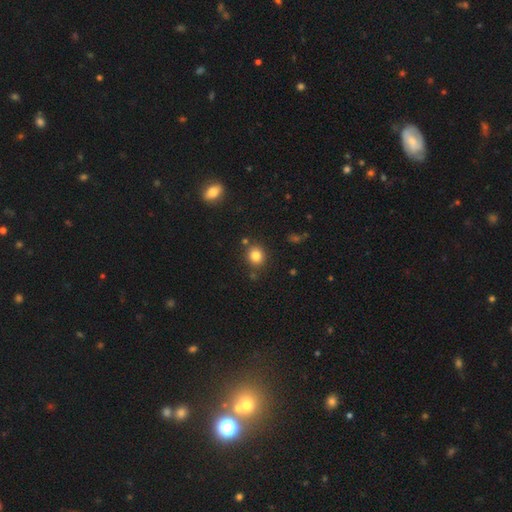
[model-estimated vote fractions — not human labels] Smooth or featured?
  - smooth: 81% *
  - star or artifact: 12%
  - featured or disk: 7%
How rounded?
  - round: 83% *
  - in between: 16%
  - cigar-shaped: 1%
Merging?
  - none: 83% *
  - minor disturbance: 9%
  - merger: 6%
  - major disturbance: 3%